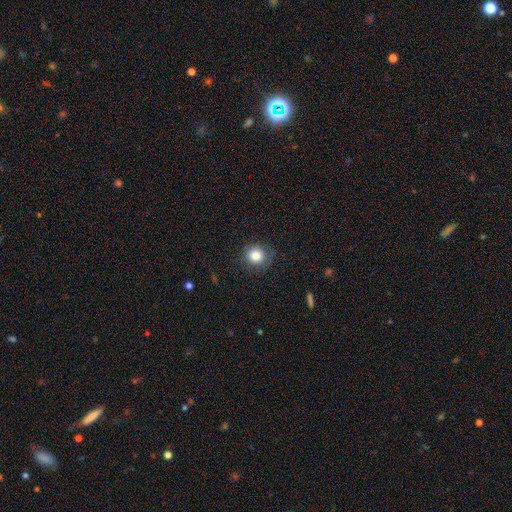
This appears to be a smooth galaxy with no disk features (79%) that is round (84%). Merging: none (56%).